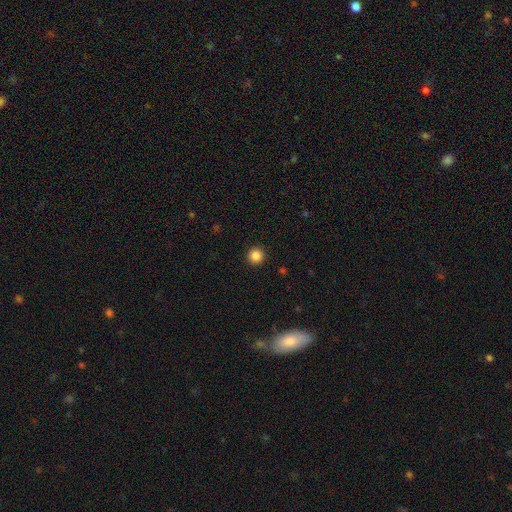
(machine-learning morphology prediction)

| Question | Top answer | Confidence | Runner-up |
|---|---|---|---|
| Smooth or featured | smooth | 86% | star or artifact (11%) |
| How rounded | round | 95% | in between (4%) |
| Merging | none | 93% | minor disturbance (4%) |